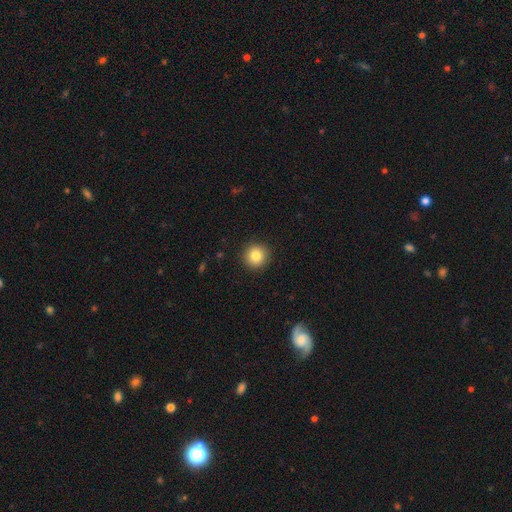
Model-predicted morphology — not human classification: A smooth galaxy with no disk features (83%) that is round (95%).

Vote fractions:
- Smooth or featured? smooth: 83% / star or artifact: 10% / featured or disk: 7%
- How rounded? round: 95% / in between: 4% / cigar-shaped: 1%
- Merging? none: 92% / minor disturbance: 5% / major disturbance: 2% / merger: 1%